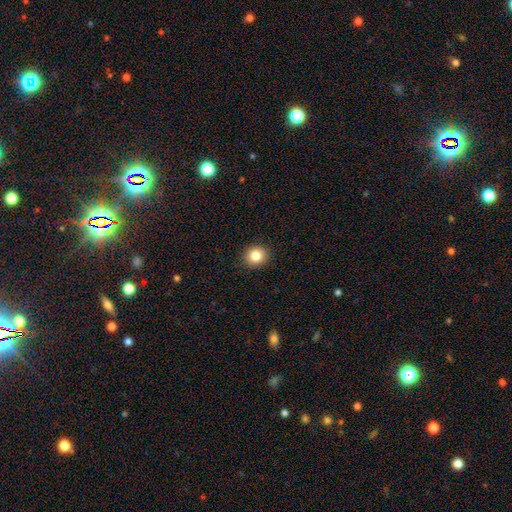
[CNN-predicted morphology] Smooth or featured?
  - smooth: 84% *
  - star or artifact: 10%
  - featured or disk: 6%
How rounded?
  - round: 86% *
  - in between: 13%
  - cigar-shaped: 1%
Merging?
  - none: 92% *
  - minor disturbance: 6%
  - major disturbance: 2%
  - merger: 1%